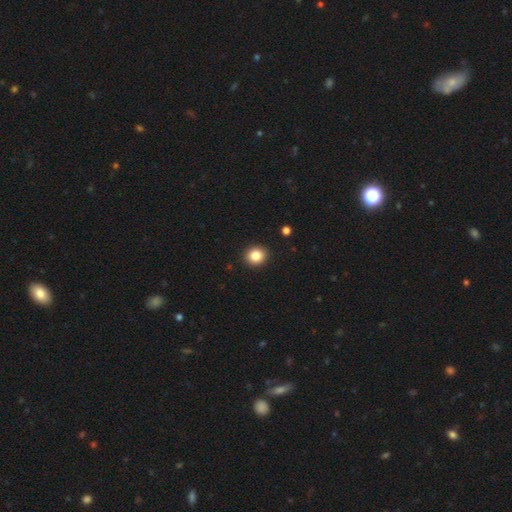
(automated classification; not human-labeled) smooth_or_featured: smooth (p=0.86) [alt: star or artifact p=0.10]
how_rounded: round (p=0.83) [alt: in between p=0.17]
merging: none (p=0.92) [alt: minor disturbance p=0.05]